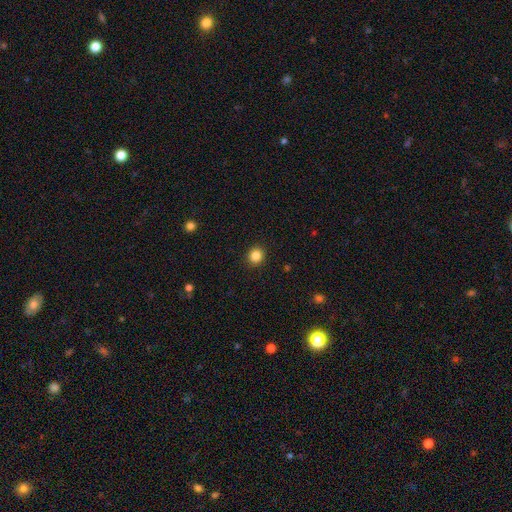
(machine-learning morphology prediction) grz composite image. It shows a smooth galaxy with no disk features (85%) that is round (82%). Merging: none (91%).